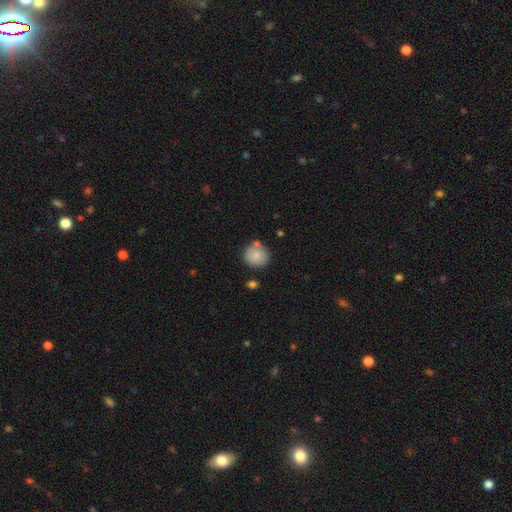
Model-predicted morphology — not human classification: smooth 84%, featured or disk 8%, star or artifact 8%. Down the decision tree: how rounded — round (90%); merging — none (73%).